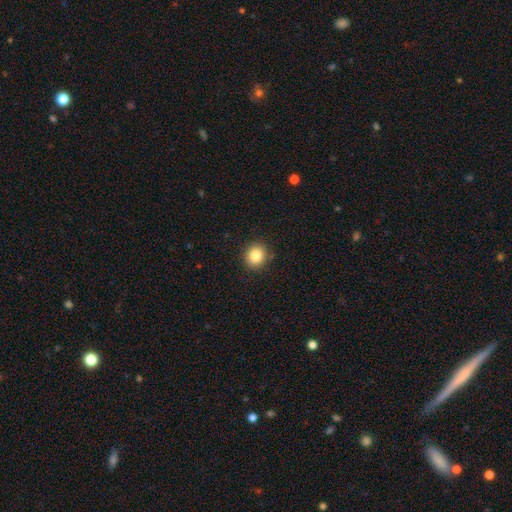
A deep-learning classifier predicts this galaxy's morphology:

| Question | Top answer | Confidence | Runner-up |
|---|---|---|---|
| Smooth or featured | smooth | 84% | star or artifact (10%) |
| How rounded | round | 81% | in between (19%) |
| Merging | none | 89% | minor disturbance (8%) |